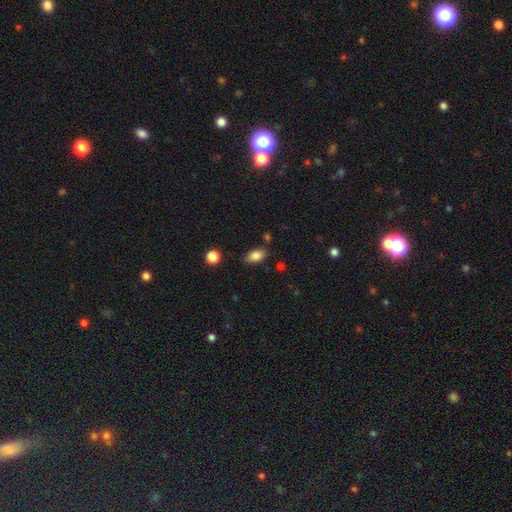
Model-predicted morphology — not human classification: smooth-or-featured: smooth: 84% | star or artifact: 9% | featured or disk: 7%
  how-rounded: in between: 90% | round: 7% | cigar-shaped: 3%
  merging: none: 82% | minor disturbance: 12% | merger: 3% | major disturbance: 3%